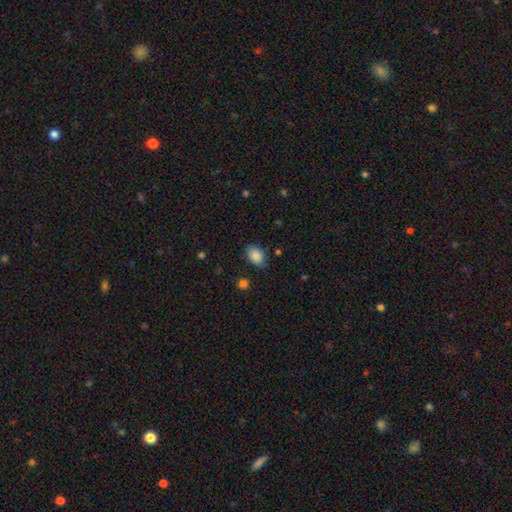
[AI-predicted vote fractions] Morphology: type=smooth (87%); roundness=in between (80%); merging=none (79%).